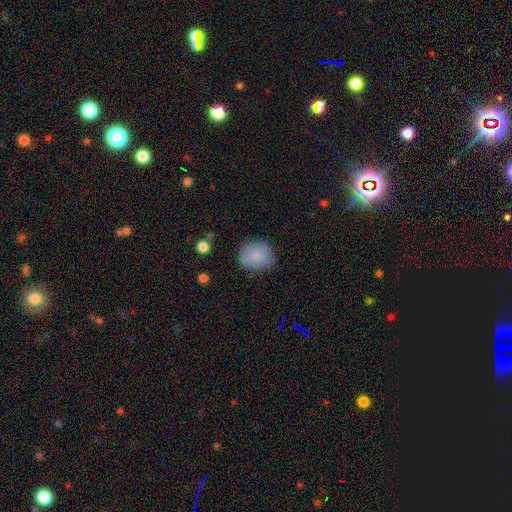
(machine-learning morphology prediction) A smooth galaxy with no disk features (83%) that is round (75%). Merging: none (80%).